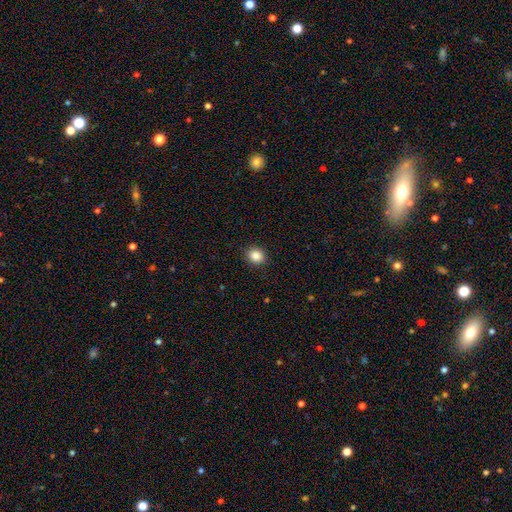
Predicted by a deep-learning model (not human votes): Smooth or featured? Predicted: smooth (p=0.87). How rounded? Predicted: round (p=0.79). Merging? Predicted: none (p=0.91).